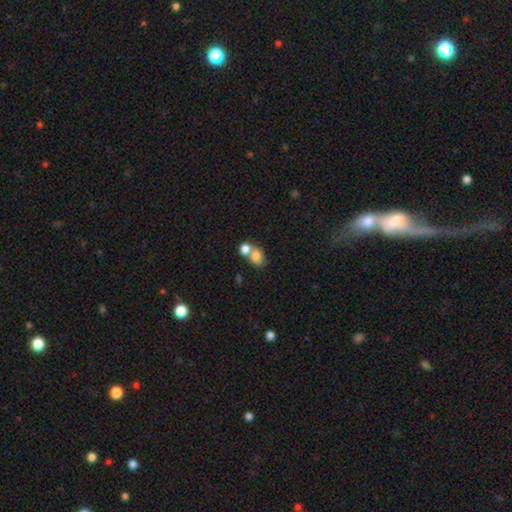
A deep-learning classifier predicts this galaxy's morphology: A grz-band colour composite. It shows a smooth galaxy with no disk features (78%) that is in between round and cigar-shaped (55%). Merging: merger (57%).